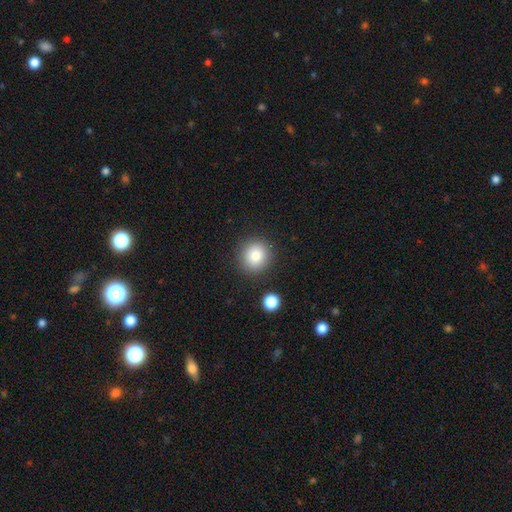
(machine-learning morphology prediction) Smooth or featured? Predicted: smooth (p=0.82). How rounded? Predicted: round (p=0.91). Merging? Predicted: none (p=0.87).